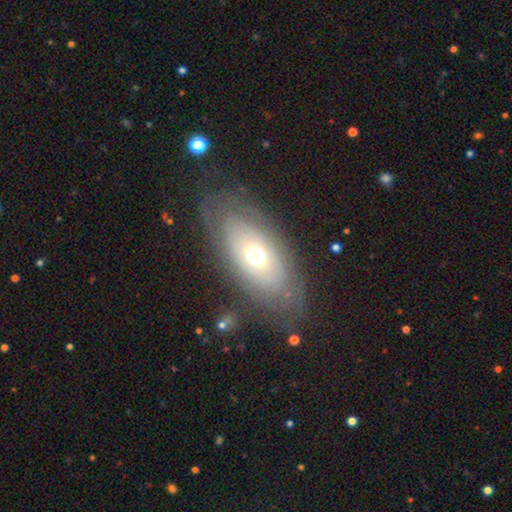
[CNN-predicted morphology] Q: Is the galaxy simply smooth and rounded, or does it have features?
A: featured or disk — 58%.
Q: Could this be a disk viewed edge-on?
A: no — 85%.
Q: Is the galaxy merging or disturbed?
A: none — 73%.